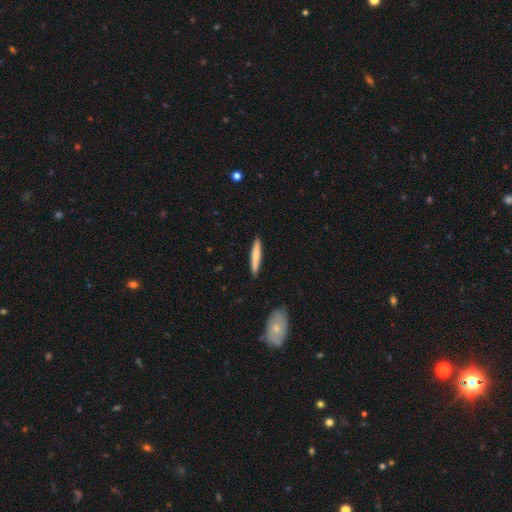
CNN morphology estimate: A smooth galaxy with no disk features (68%) that is cigar-shaped (93%). Merging: none (91%).